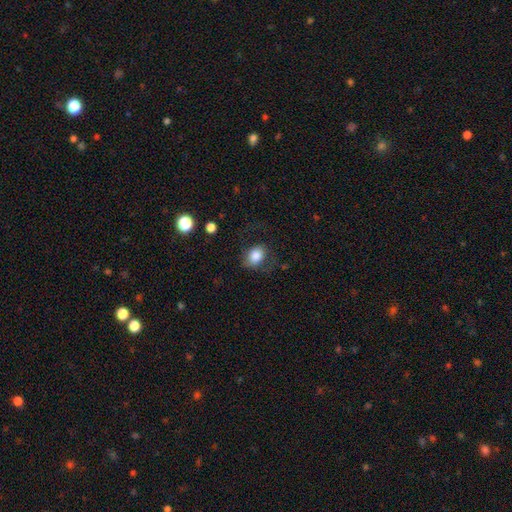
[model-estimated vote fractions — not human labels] Smooth or featured: smooth — 79% (featured or disk — 12%)
How rounded: in between — 60% (round — 39%)
Merging: none — 55% (minor disturbance — 22%)